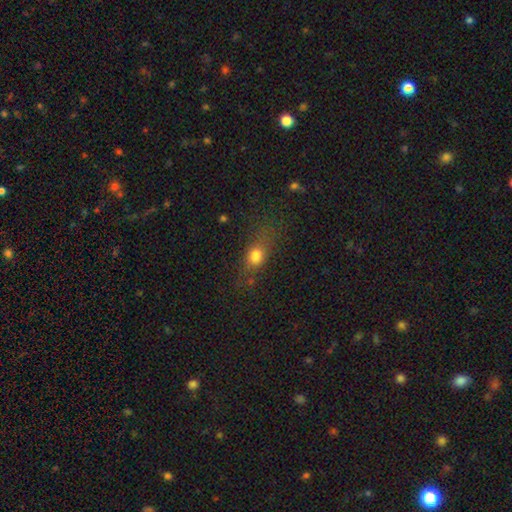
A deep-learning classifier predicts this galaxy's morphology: Smooth or featured? smooth (69%)
How rounded? in between (54%)
Merging? none (62%)